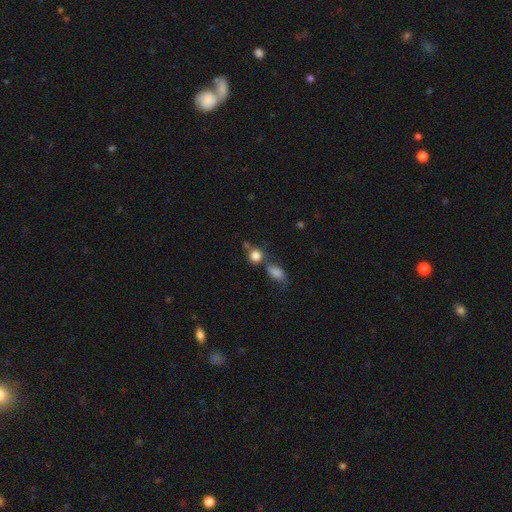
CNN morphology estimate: Q: Smooth or featured?
A: smooth (81%); runner-up: star or artifact (11%)
Q: How rounded?
A: round (79%); runner-up: in between (19%)
Q: Merging?
A: none (51%); runner-up: merger (31%)